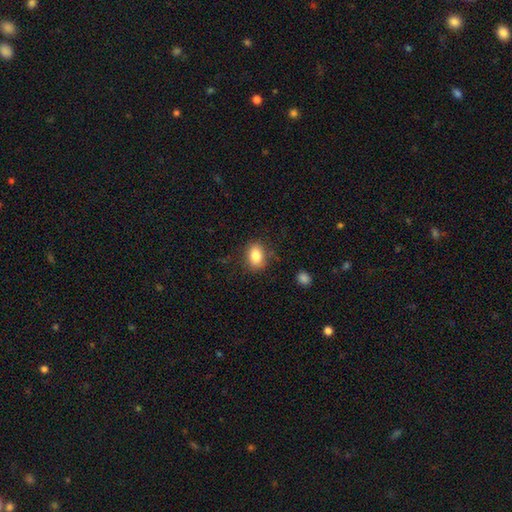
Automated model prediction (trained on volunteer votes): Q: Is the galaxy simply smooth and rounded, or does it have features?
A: smooth — 83%.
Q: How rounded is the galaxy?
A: in between — 71%.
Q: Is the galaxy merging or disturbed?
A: none — 83%.